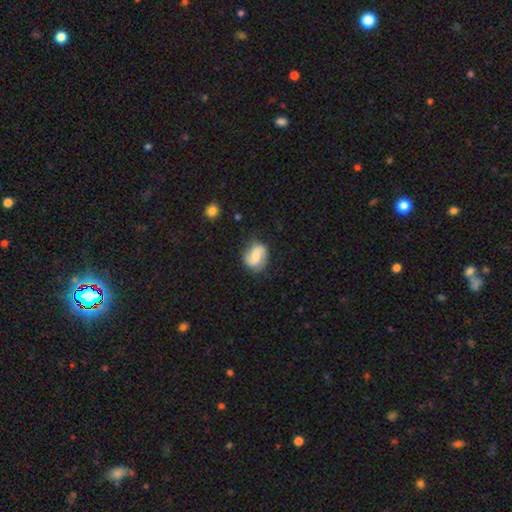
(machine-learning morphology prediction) Smooth or featured: featured or disk — 63% (smooth — 30%)
Edge-on disk: no — 98% (yes — 2%)
Bar: weak — 45% (no — 39%)
Spiral arms: yes — 93% (no — 7%)
Spiral winding: medium — 41% (tied with loose — 41%)
Spiral arm count: 2 — 88% (can't tell — 5%)
Bulge size: moderate — 44% (small — 37%)
Merging: none — 74% (minor disturbance — 18%)